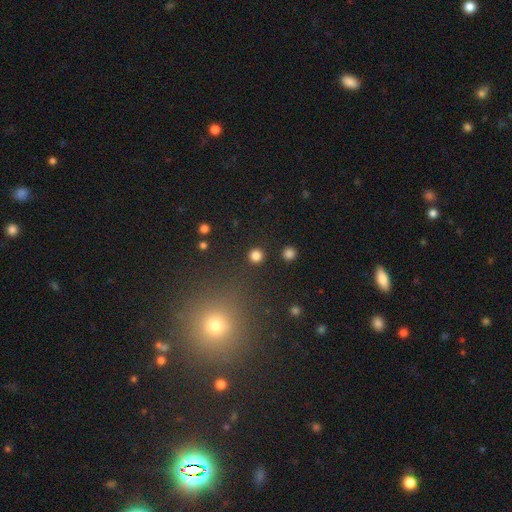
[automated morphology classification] Smooth or featured? Predicted: smooth (p=0.82). How rounded? Predicted: round (p=0.94). Merging? Predicted: none (p=0.92).